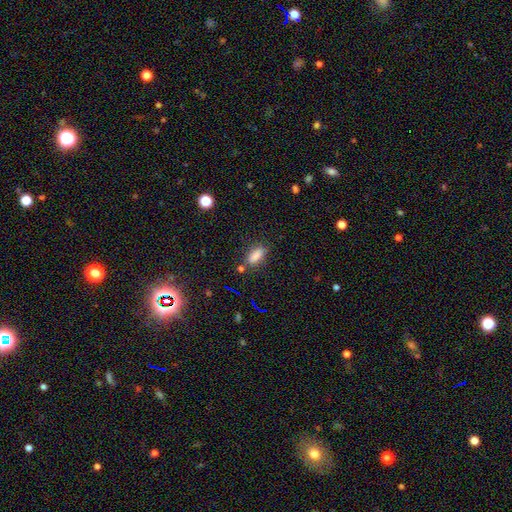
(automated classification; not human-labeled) The model was most divided on "how rounded": in between: 73%, cigar-shaped: 23%, round: 4%. More confident: smooth or featured — smooth (81%); merging — none (77%).